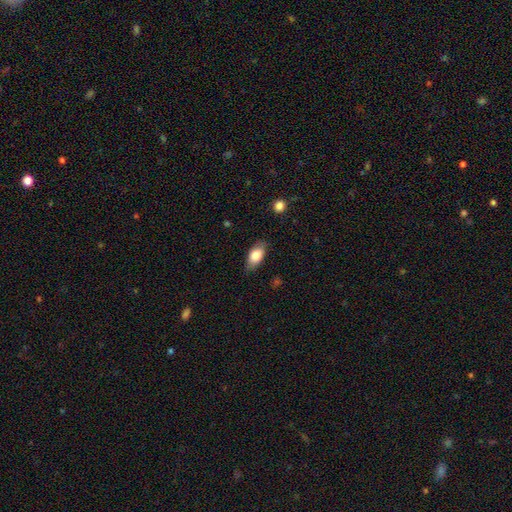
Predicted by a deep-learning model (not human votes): Smooth or featured? Predicted: smooth (p=0.79). How rounded? Predicted: in between (p=0.89). Merging? Predicted: none (p=0.79).